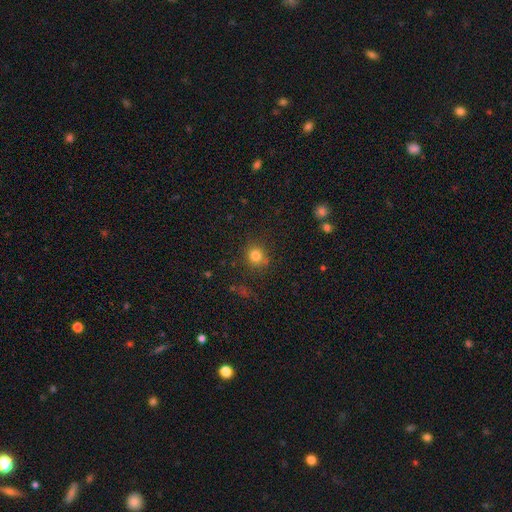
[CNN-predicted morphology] smooth_or_featured: smooth (p=0.80) [alt: star or artifact p=0.13]
how_rounded: round (p=0.87) [alt: in between p=0.12]
merging: none (p=0.82) [alt: minor disturbance p=0.11]